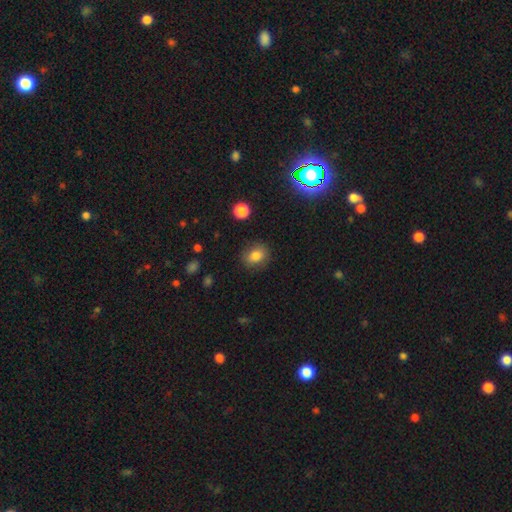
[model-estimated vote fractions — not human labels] This appears to be a smooth galaxy with no disk features (81%) that is round (57%). Merging: none (83%).